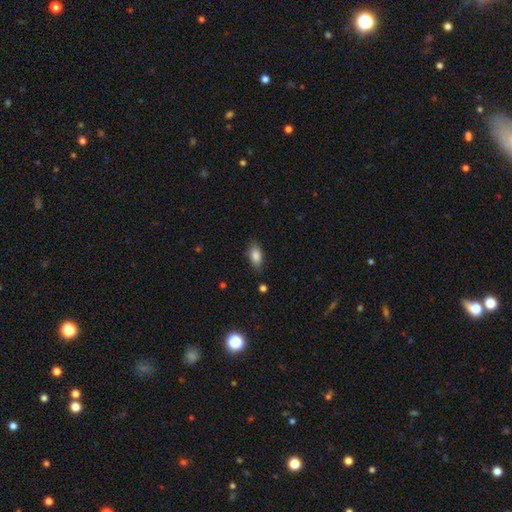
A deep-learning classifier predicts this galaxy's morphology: A smooth galaxy with no disk features (85%) that is in between round and cigar-shaped (89%).

Vote fractions:
- Smooth or featured? smooth: 85% / star or artifact: 8% / featured or disk: 7%
- How rounded? in between: 89% / cigar-shaped: 7% / round: 4%
- Merging? none: 82% / minor disturbance: 14% / major disturbance: 3% / merger: 1%